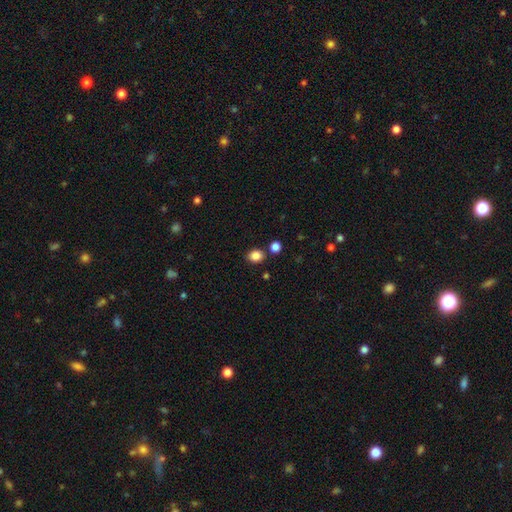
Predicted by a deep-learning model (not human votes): Smooth or featured?
  - smooth: 85% *
  - star or artifact: 11%
  - featured or disk: 4%
How rounded?
  - round: 57% *
  - in between: 42%
  - cigar-shaped: 1%
Merging?
  - none: 80% *
  - minor disturbance: 9%
  - merger: 8%
  - major disturbance: 3%